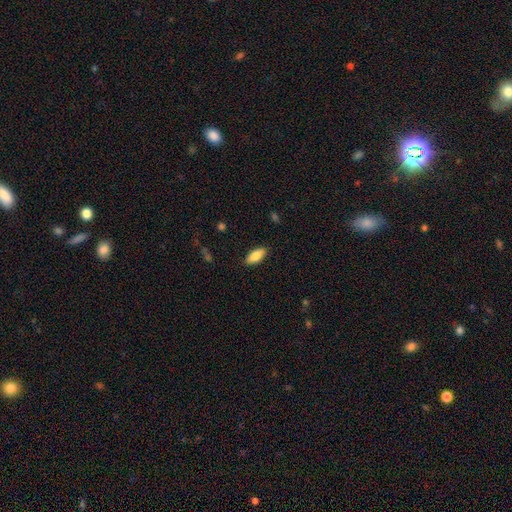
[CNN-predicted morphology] Q: Smooth or featured?
A: smooth (83%); runner-up: featured or disk (11%)
Q: How rounded?
A: in between (85%); runner-up: cigar-shaped (13%)
Q: Merging?
A: none (88%); runner-up: minor disturbance (9%)